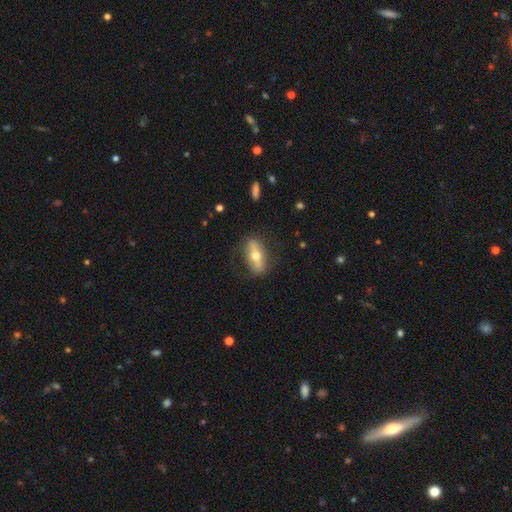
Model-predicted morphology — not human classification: Q: Smooth or featured?
A: featured or disk (50%); runner-up: smooth (43%)
Q: Edge-on disk?
A: yes (53%); runner-up: no (47%)
Q: Merging?
A: none (81%); runner-up: minor disturbance (13%)